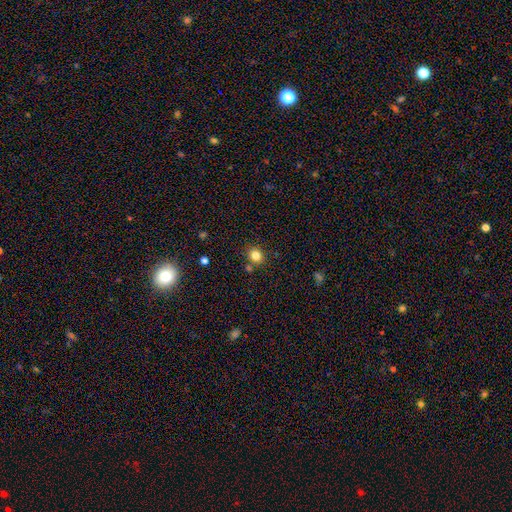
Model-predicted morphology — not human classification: smooth 82%, star or artifact 12%, featured or disk 5%. Down the decision tree: how rounded — round (79%); merging — none (80%).